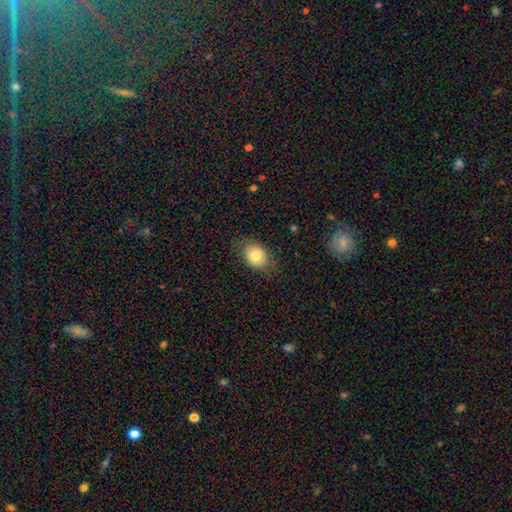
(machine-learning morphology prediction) A smooth galaxy with no disk features (77%) that is in between round and cigar-shaped (64%).

Vote fractions:
- Smooth or featured? smooth: 77% / featured or disk: 15% / star or artifact: 8%
- How rounded? in between: 64% / round: 35% / cigar-shaped: 1%
- Merging? none: 78% / minor disturbance: 16% / major disturbance: 5% / merger: 1%